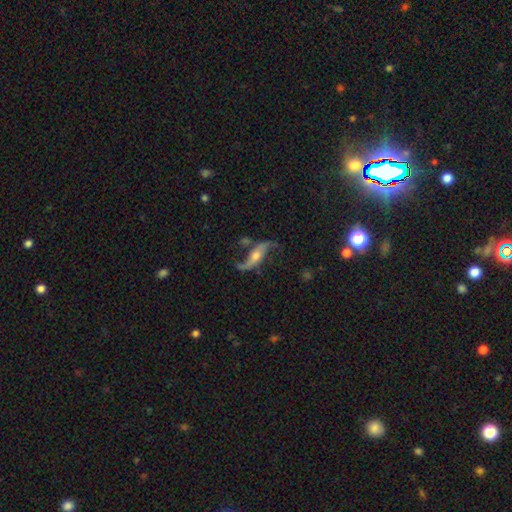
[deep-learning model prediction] A featured or disk galaxy (85%) with no bar (48%), 2 (92%) loose (89%) spiral arms (93%) and a moderate central bulge (59%).

Vote fractions:
- Smooth or featured? featured or disk: 85% / smooth: 9% / star or artifact: 6%
- Edge-on disk? no: 81% / yes: 19%
- Bar? no: 48% / strong: 27% / weak: 25%
- Spiral arms? yes: 93% / no: 7%
- Spiral winding? loose: 89% / medium: 8% / tight: 3%
- Spiral arm count? 2: 92% / 1: 3% / can't tell: 2% / 3: 1% / 4: 1% / more than 4: 1%
- Bulge size? moderate: 59% / small: 31% / large: 6% / none: 2% / dominant: 2%
- Merging? none: 66% / minor disturbance: 17% / major disturbance: 12% / merger: 5%